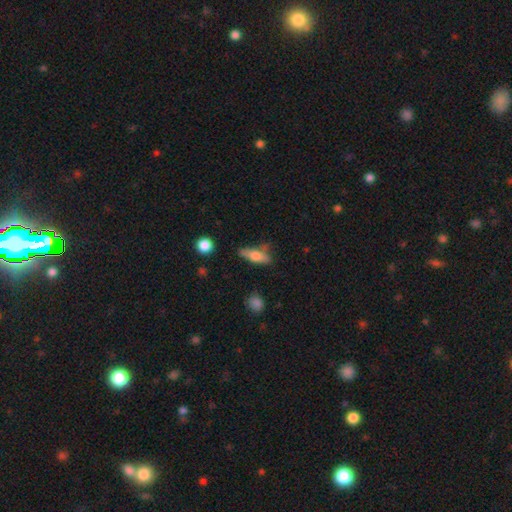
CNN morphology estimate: Smooth or featured? smooth (66%)
How rounded? in between (54%)
Merging? none (61%)